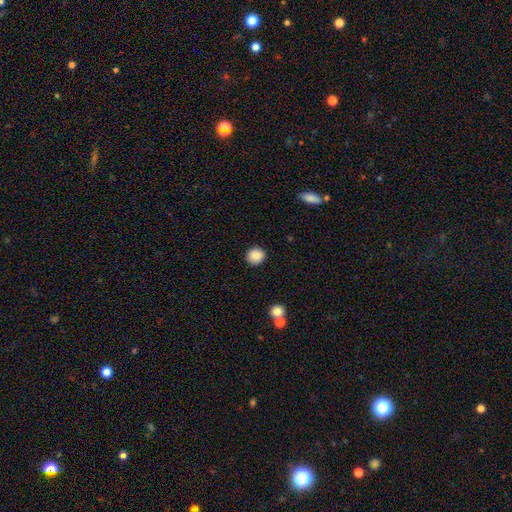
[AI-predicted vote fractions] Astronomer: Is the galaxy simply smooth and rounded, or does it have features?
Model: smooth — 88%.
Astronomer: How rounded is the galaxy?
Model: round — 89%.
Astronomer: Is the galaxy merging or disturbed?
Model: none — 90%.